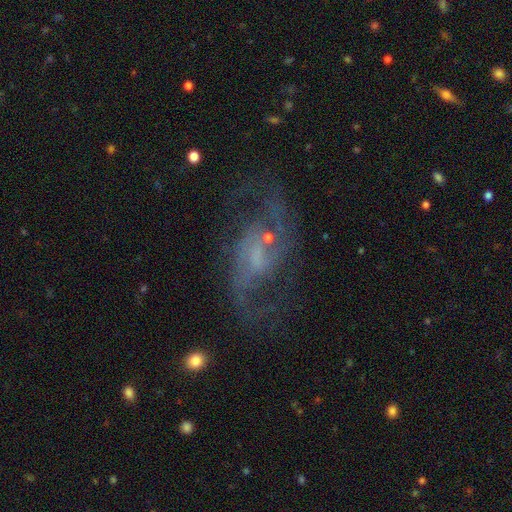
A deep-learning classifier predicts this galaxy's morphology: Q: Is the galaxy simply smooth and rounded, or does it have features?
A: featured or disk — 86%.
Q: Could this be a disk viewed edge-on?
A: no — 97%.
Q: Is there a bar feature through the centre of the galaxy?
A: weak — 52%.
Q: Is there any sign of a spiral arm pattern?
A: yes — 95%.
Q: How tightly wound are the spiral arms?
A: medium — 46%.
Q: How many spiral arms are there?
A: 2 — 88%.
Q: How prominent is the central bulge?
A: small — 44%.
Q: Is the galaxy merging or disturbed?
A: none — 66%.